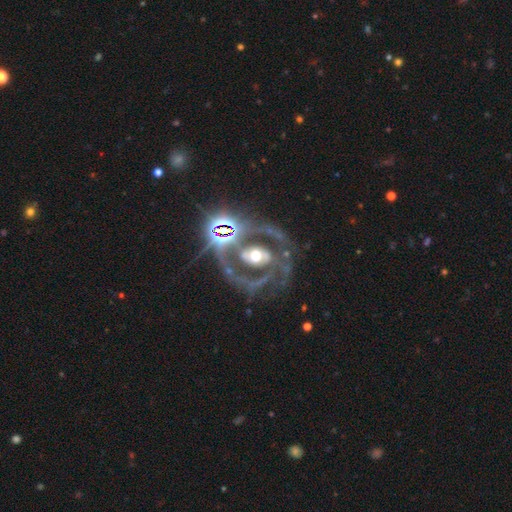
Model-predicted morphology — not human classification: type=featured or disk (78%); edge-on=no (97%); bar=no (38%); spiral arms=yes (87%); winding=medium (52%); arm count=2 (74%); bulge=moderate (68%); merging=none (60%).